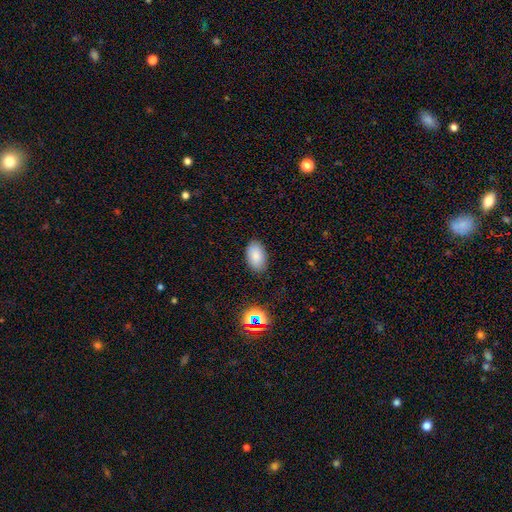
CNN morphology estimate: This is clearly a smooth galaxy (85%). How rounded: clearly in between (93%). Merging: clearly none (85%).